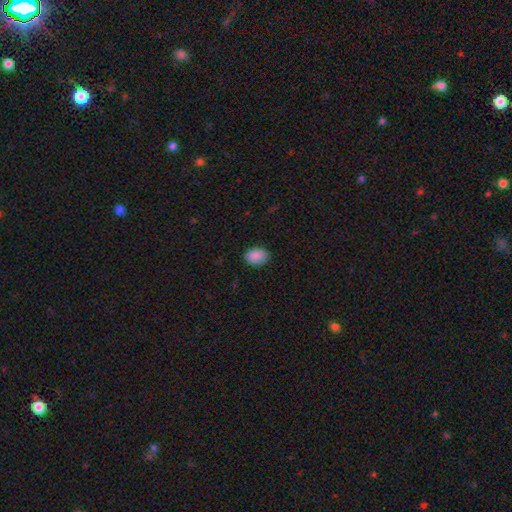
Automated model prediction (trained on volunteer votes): A smooth galaxy with no disk features (89%) that is in between round and cigar-shaped (78%). Merging: none (84%).